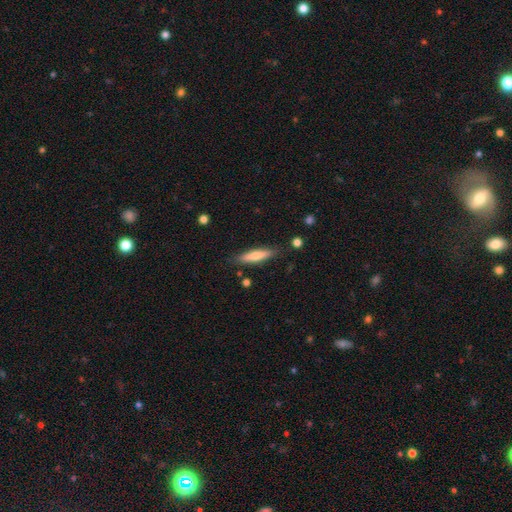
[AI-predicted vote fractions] Q: Smooth or featured?
A: smooth (63%); runner-up: featured or disk (31%)
Q: How rounded?
A: cigar-shaped (83%); runner-up: in between (16%)
Q: Merging?
A: none (85%); runner-up: minor disturbance (11%)